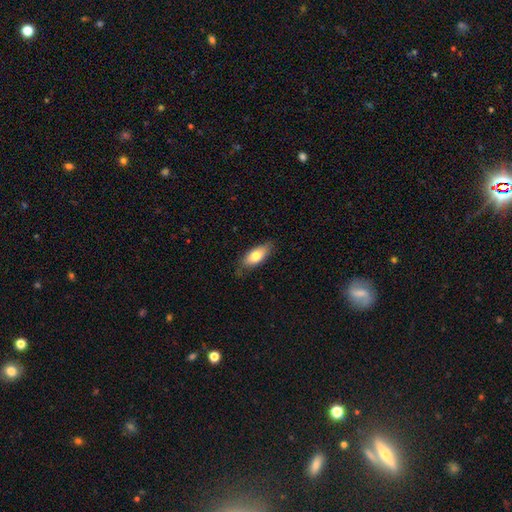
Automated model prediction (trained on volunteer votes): A smooth galaxy with no disk features (74%) that is in between round and cigar-shaped (82%). Merging: none (78%).